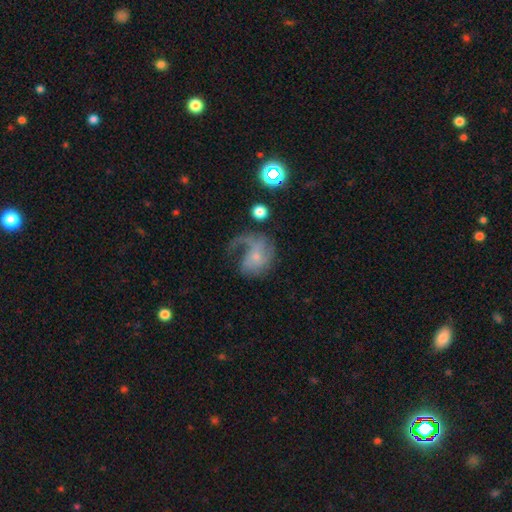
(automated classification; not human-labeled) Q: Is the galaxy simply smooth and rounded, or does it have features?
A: featured or disk — 68%.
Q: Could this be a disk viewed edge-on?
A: no — 98%.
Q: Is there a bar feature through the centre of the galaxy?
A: no — 73%.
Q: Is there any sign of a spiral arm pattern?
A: yes — 86%.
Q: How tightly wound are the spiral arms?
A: loose — 50%.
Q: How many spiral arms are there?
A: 1 — 65%.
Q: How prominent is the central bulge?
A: small — 72%.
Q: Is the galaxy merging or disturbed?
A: major disturbance — 46%.